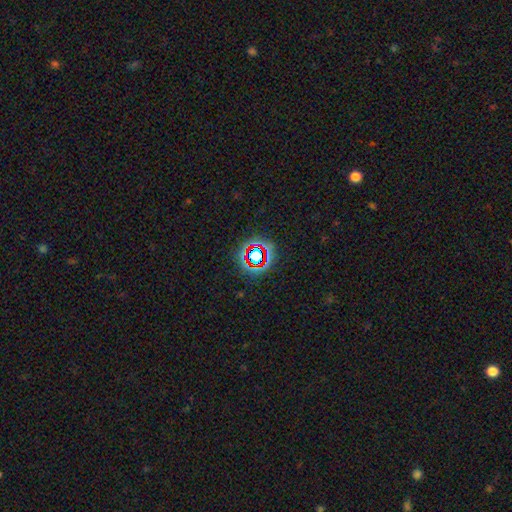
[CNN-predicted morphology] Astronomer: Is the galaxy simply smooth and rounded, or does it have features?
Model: star or artifact — 68%.